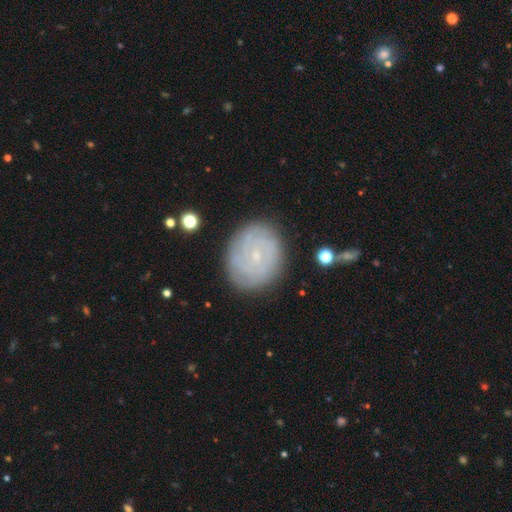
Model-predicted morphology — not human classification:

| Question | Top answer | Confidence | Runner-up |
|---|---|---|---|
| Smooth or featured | featured or disk | 71% | smooth (21%) |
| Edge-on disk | no | 98% | yes (2%) |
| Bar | no | 60% | weak (34%) |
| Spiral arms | yes | 91% | no (9%) |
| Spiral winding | tight | 76% | medium (19%) |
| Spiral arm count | can't tell | 40% | 2 (21%) |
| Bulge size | small | 84% | moderate (9%) |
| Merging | none | 83% | minor disturbance (12%) |